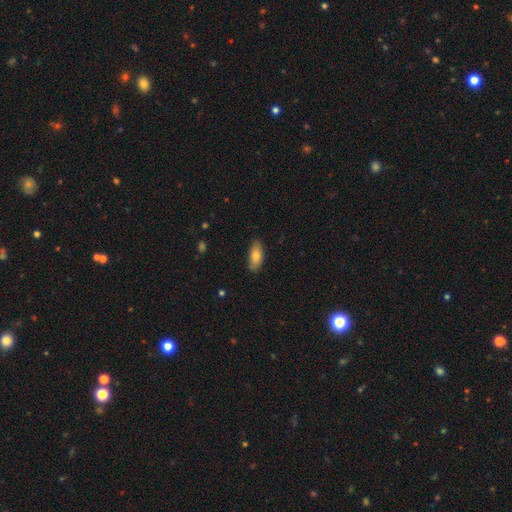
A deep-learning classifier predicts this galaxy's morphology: Q: Smooth or featured?
A: smooth (78%); runner-up: featured or disk (16%)
Q: How rounded?
A: in between (83%); runner-up: cigar-shaped (15%)
Q: Merging?
A: none (83%); runner-up: minor disturbance (14%)